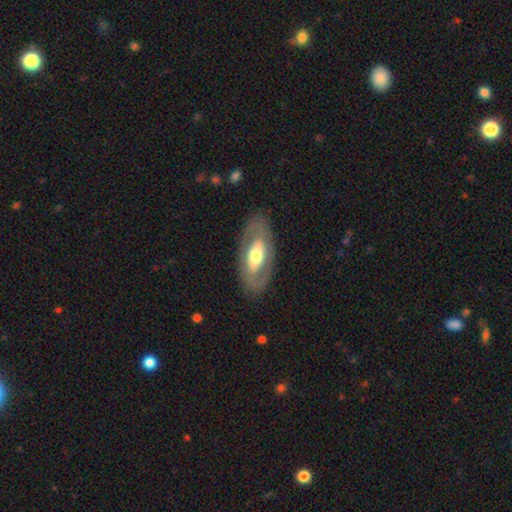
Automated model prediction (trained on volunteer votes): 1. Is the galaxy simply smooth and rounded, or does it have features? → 57% featured or disk, 37% smooth, 5% star or artifact.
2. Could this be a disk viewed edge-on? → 87% no, 13% yes.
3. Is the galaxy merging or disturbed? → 82% none, 11% minor disturbance, 6% major disturbance, 1% merger.